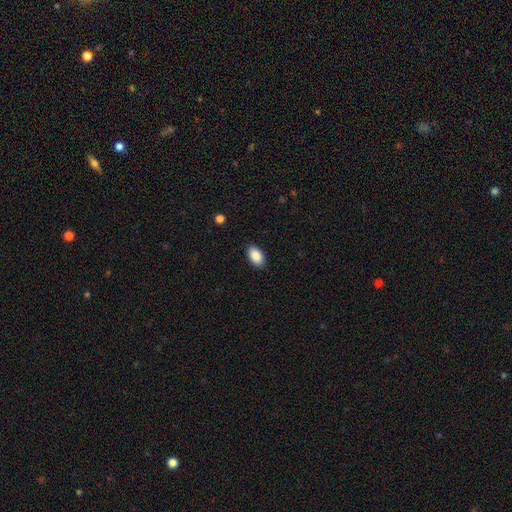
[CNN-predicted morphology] smooth-or-featured: smooth: 89% | star or artifact: 7% | featured or disk: 4%
  how-rounded: in between: 94% | round: 4% | cigar-shaped: 2%
  merging: none: 89% | minor disturbance: 8% | major disturbance: 2% | merger: 1%